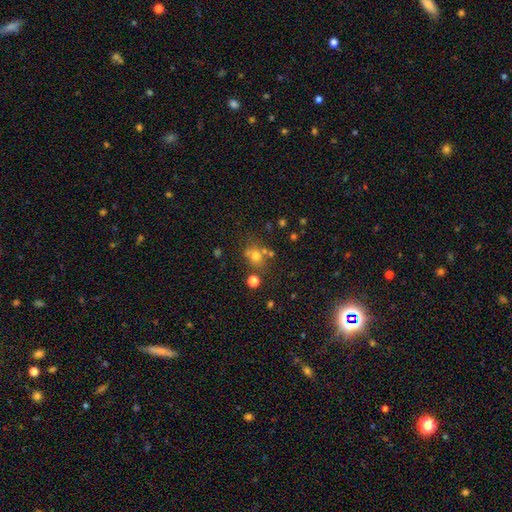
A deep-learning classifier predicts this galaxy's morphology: This appears to be a smooth galaxy with no disk features (64%) that is round (72%). Merging: none (58%).